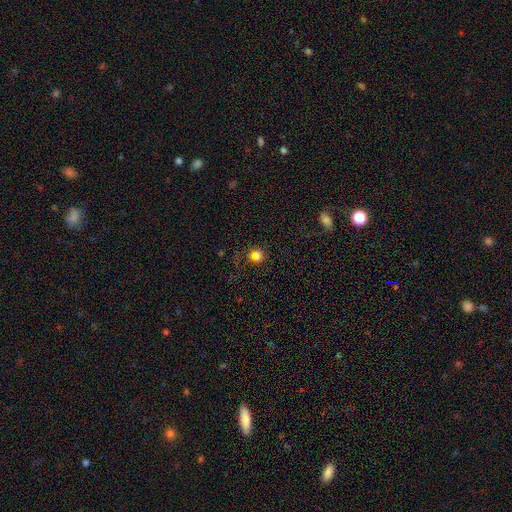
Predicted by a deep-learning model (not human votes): smooth-or-featured: smooth: 71% | star or artifact: 21% | featured or disk: 9%
  how-rounded: round: 81% | in between: 18% | cigar-shaped: 1%
  merging: none: 71% | minor disturbance: 14% | major disturbance: 9% | merger: 6%